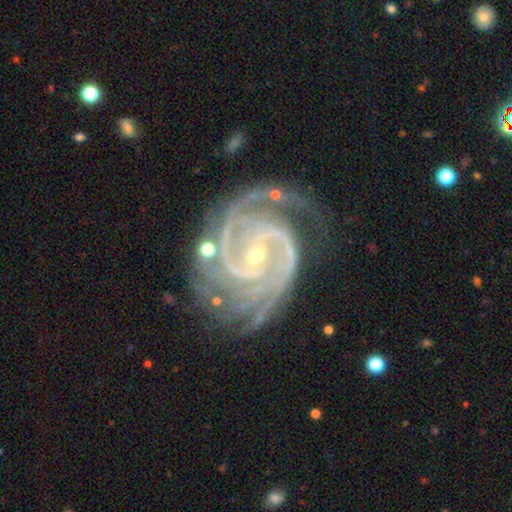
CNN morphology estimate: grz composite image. It shows a featured or disk galaxy (93%) with no bar (38%), 3 (29%, tied with 2) tight (68%) spiral arms (99%) and a small central bulge (78%). Merging: none (68%).